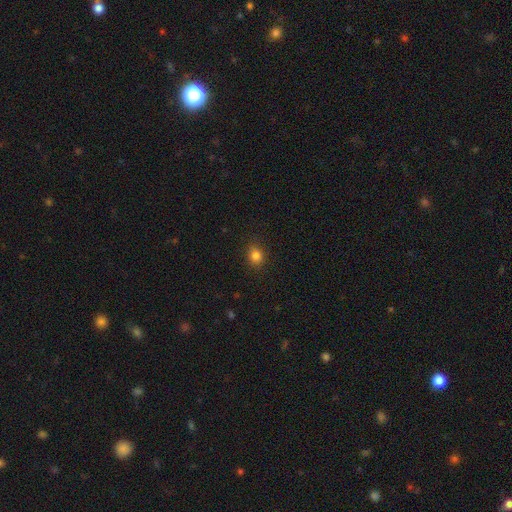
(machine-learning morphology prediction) Overall: smooth (83%). How rounded: round (66%; in between 33%). Merging: none (87%).